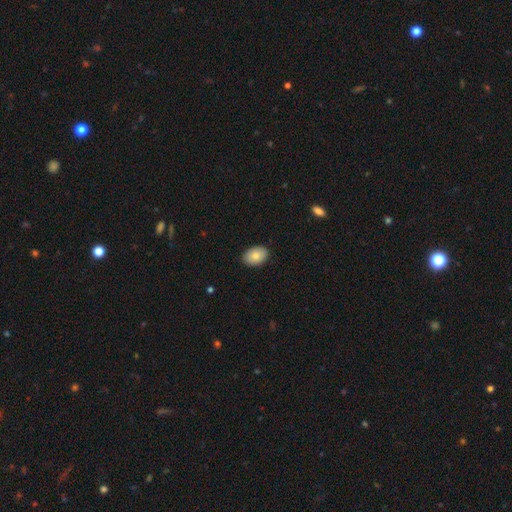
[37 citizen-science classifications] smooth_or_featured: smooth (p=0.89) [alt: featured or disk p=0.05]
how_rounded: in between (p=0.79) [alt: round p=0.21]
merging: none (p=0.91) [alt: minor disturbance p=0.06]